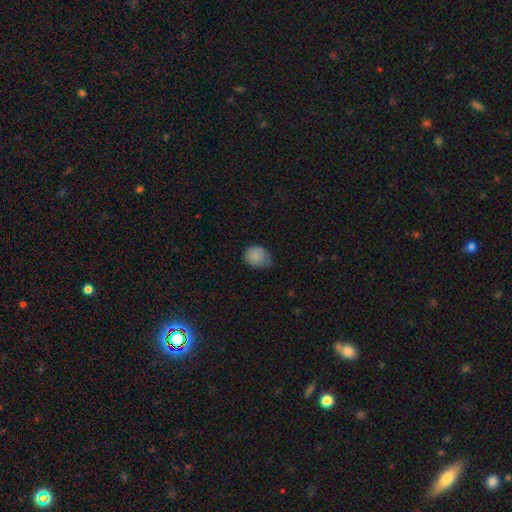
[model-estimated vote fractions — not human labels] smooth 86%, star or artifact 9%, featured or disk 6%. Down the decision tree: how rounded — round (58%); merging — none (53%).